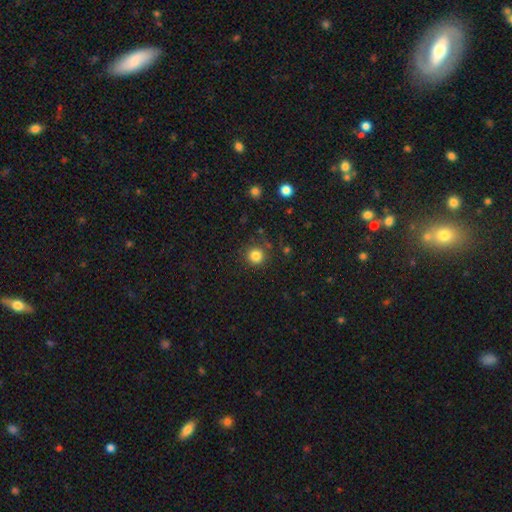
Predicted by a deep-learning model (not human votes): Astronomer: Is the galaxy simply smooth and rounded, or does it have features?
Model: smooth — 83%.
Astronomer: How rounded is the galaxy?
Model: round — 94%.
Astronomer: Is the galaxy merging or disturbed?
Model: none — 85%.